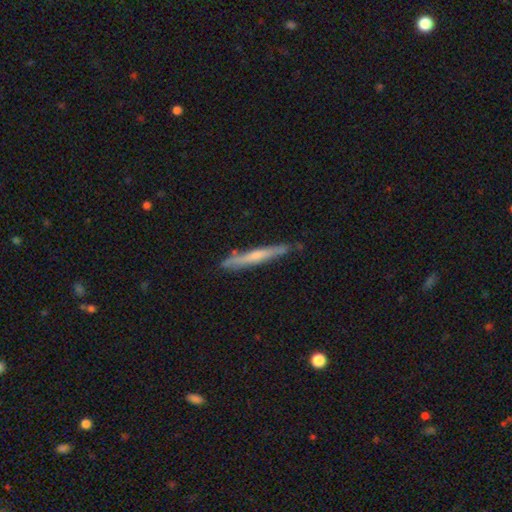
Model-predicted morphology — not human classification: featured or disk 48%, smooth 46%, star or artifact 6%. Down the decision tree: merging — none (80%).